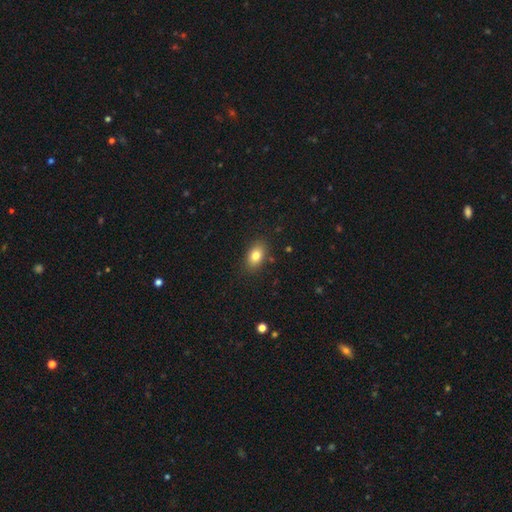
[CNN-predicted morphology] A smooth galaxy with no disk features (81%) that is in between round and cigar-shaped (87%). Merging: none (86%).